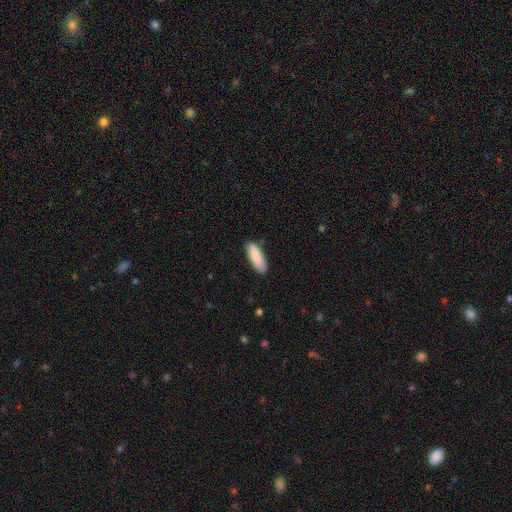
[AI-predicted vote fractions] Overall: smooth (86%). How rounded: in between (63%; cigar-shaped 35%). Merging: none (83%).